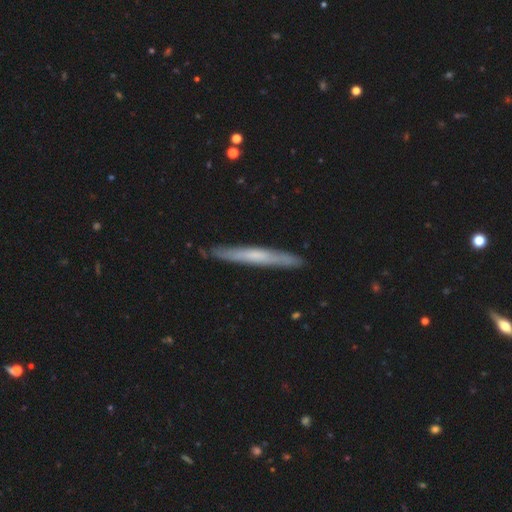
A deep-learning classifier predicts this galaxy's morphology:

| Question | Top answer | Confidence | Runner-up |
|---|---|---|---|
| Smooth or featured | featured or disk | 51% | smooth (44%) |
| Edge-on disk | yes | 92% | no (8%) |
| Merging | none | 88% | minor disturbance (10%) |